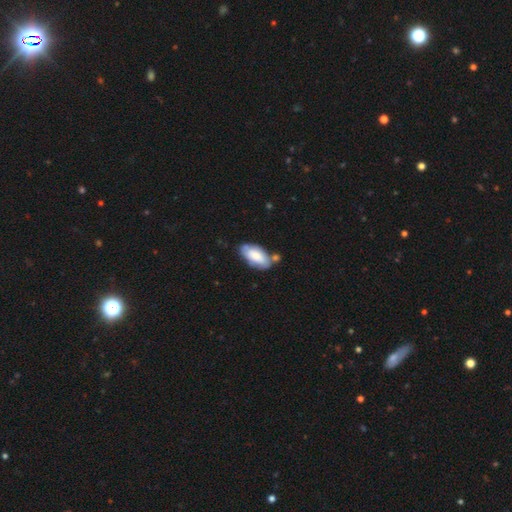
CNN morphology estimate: This appears to be a smooth galaxy with no disk features (72%) that is in between round and cigar-shaped (91%). Merging: none (56%).